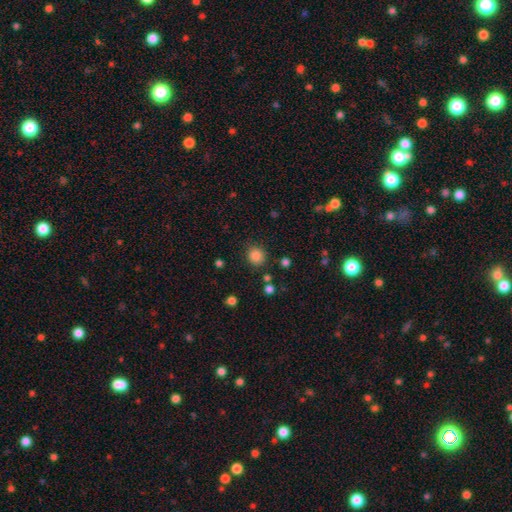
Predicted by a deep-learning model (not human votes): Overall: smooth (85%). How rounded: round (85%). Merging: none (85%).